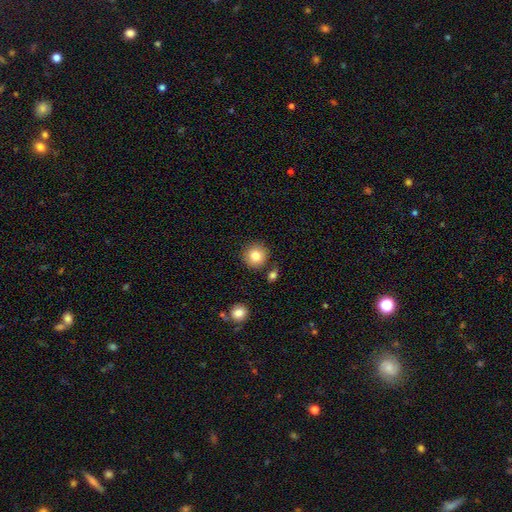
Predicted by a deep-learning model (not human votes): Smooth or featured: smooth — 82% (star or artifact — 10%)
How rounded: round — 93% (in between — 6%)
Merging: none — 85% (minor disturbance — 8%)